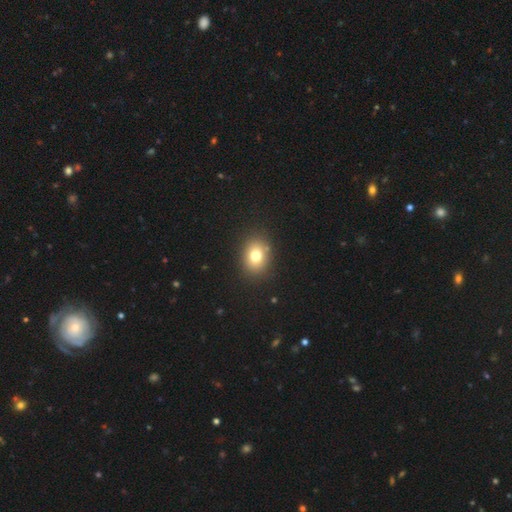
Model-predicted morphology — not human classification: This is likely a smooth galaxy (76%). How rounded: possibly in between (53%). Merging: clearly none (87%).